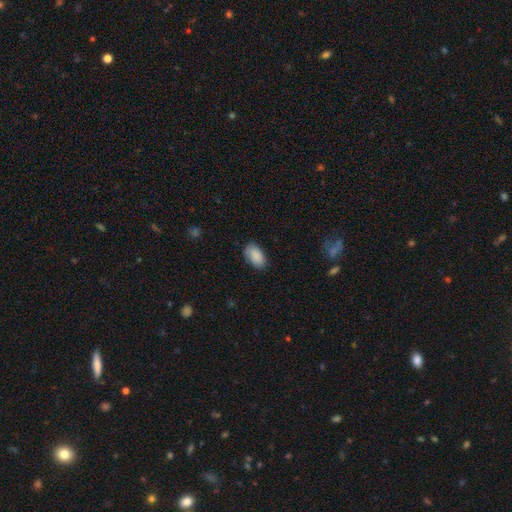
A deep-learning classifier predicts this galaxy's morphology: smooth-or-featured: smooth: 87% | star or artifact: 7% | featured or disk: 6%
  how-rounded: in between: 93% | round: 6% | cigar-shaped: 1%
  merging: none: 78% | minor disturbance: 18% | major disturbance: 4% | merger: 1%